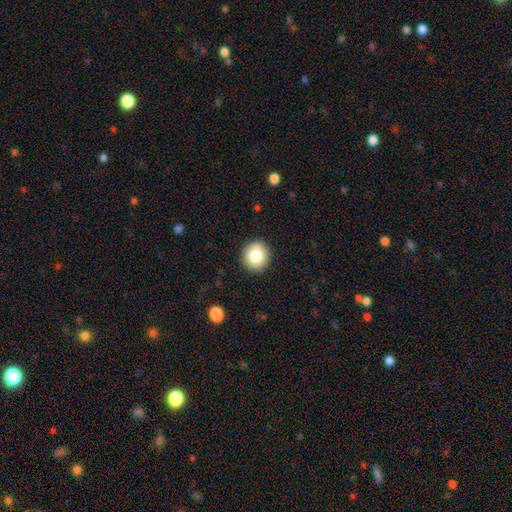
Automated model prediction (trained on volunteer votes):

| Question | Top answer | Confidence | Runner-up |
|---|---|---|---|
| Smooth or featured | smooth | 82% | featured or disk (9%) |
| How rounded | round | 89% | in between (10%) |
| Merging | none | 91% | minor disturbance (7%) |